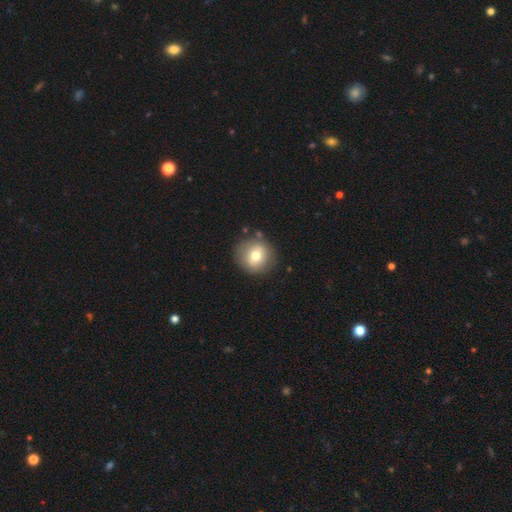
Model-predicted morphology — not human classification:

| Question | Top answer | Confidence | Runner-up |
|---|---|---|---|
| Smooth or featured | smooth | 71% | featured or disk (20%) |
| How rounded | round | 91% | in between (8%) |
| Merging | none | 85% | minor disturbance (9%) |